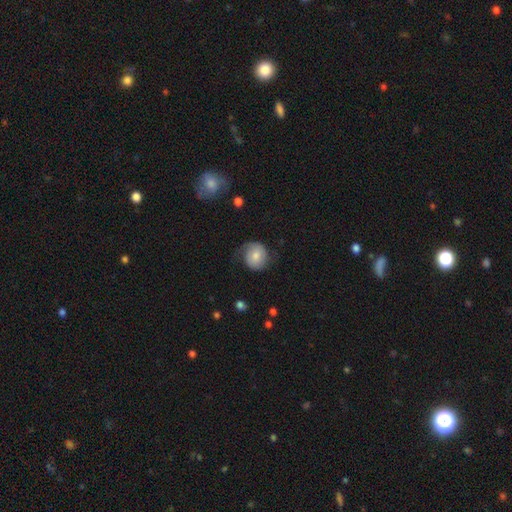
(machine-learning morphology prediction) Q: Smooth or featured?
A: smooth (53%); runner-up: featured or disk (40%)
Q: How rounded?
A: round (80%); runner-up: in between (19%)
Q: Merging?
A: none (60%); runner-up: minor disturbance (24%)